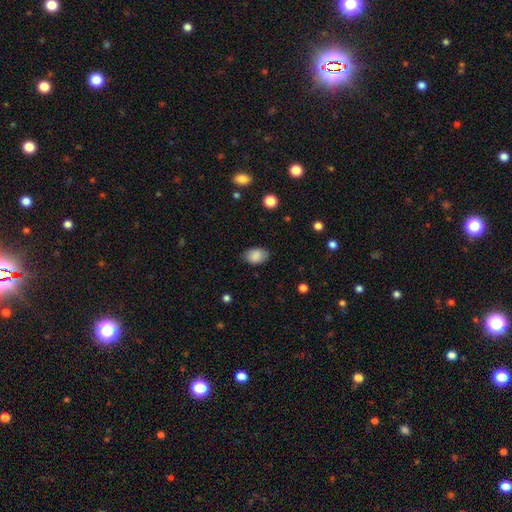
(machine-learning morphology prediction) smooth-or-featured: smooth: 87% | star or artifact: 7% | featured or disk: 5%
  how-rounded: in between: 83% | round: 16% | cigar-shaped: 1%
  merging: none: 82% | minor disturbance: 14% | major disturbance: 3% | merger: 1%